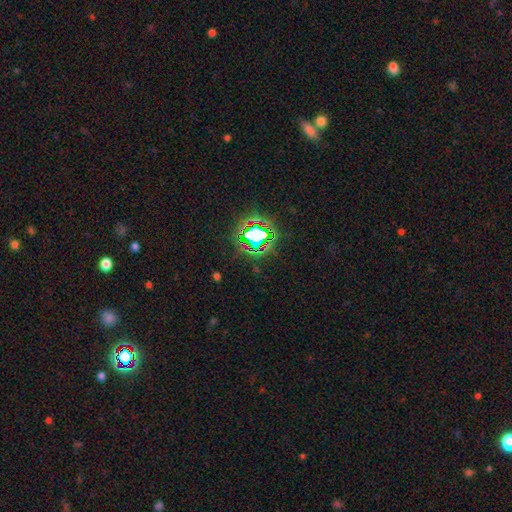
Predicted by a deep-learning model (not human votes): A star or artifact, not a galaxy (81%).

Vote fractions:
- Smooth or featured? star or artifact: 81% / smooth: 12% / featured or disk: 7%